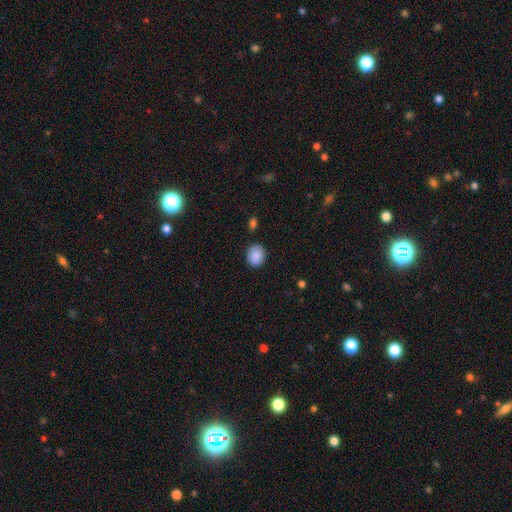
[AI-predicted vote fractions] Smooth or featured?
  - smooth: 89% *
  - star or artifact: 7%
  - featured or disk: 3%
How rounded?
  - round: 65% *
  - in between: 34%
  - cigar-shaped: 1%
Merging?
  - none: 86% *
  - minor disturbance: 10%
  - major disturbance: 2%
  - merger: 2%